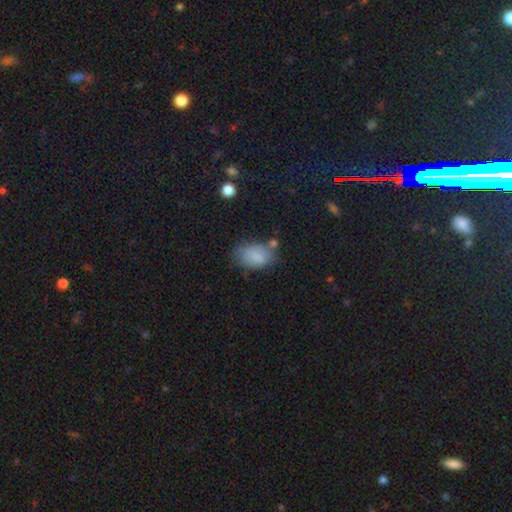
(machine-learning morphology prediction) The model was most divided on "merging": none: 57%, minor disturbance: 27%, major disturbance: 8%, merger: 8%. More confident: how rounded — in between (86%); smooth or featured — smooth (84%).